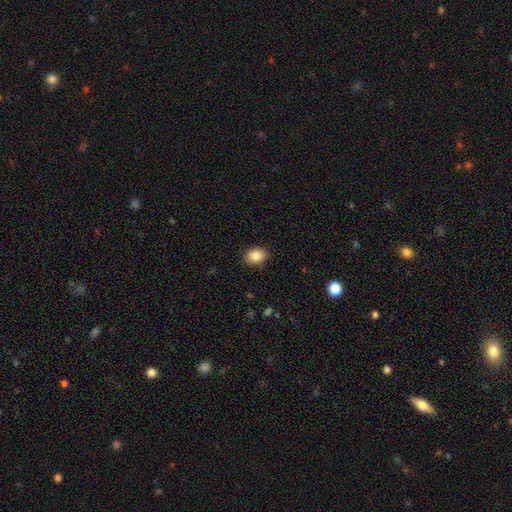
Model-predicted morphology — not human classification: This is clearly a smooth galaxy (85%). How rounded: likely in between (74%). Merging: clearly none (88%).